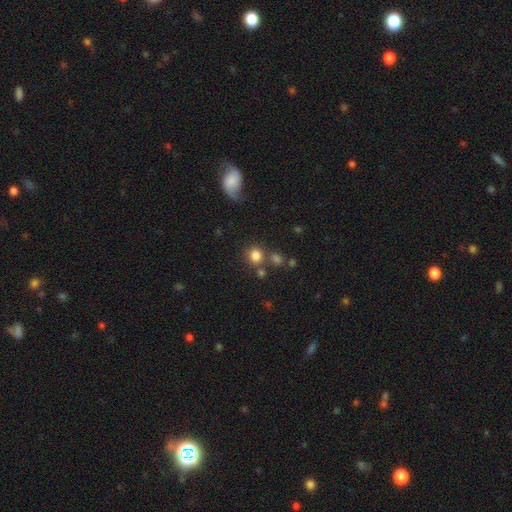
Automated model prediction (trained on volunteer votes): smooth 81%, star or artifact 12%, featured or disk 6%. Down the decision tree: how rounded — round (82%); merging — none (69%).